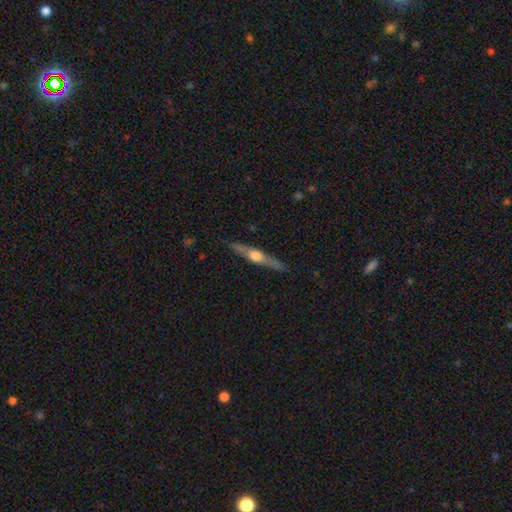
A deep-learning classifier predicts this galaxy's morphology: Smooth or featured? Predicted: featured or disk (p=0.71). Edge-on disk? Predicted: yes (p=0.97). Edge-on bulge? Predicted: rounded (p=0.92). Merging? Predicted: none (p=0.87).